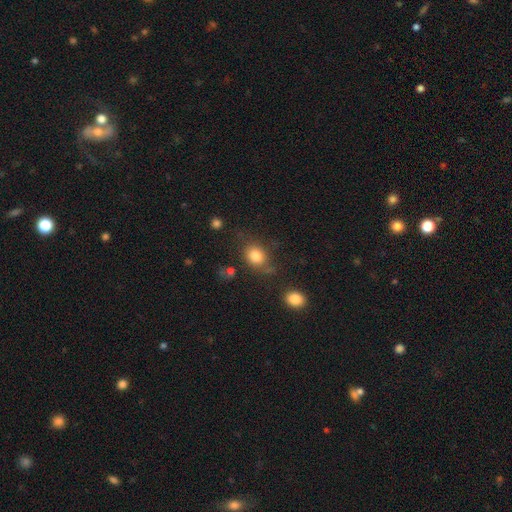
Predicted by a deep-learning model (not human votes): Smooth or featured?
  - smooth: 81% *
  - star or artifact: 11%
  - featured or disk: 8%
How rounded?
  - round: 63% *
  - in between: 36%
  - cigar-shaped: 1%
Merging?
  - none: 67% *
  - minor disturbance: 19%
  - major disturbance: 8%
  - merger: 6%